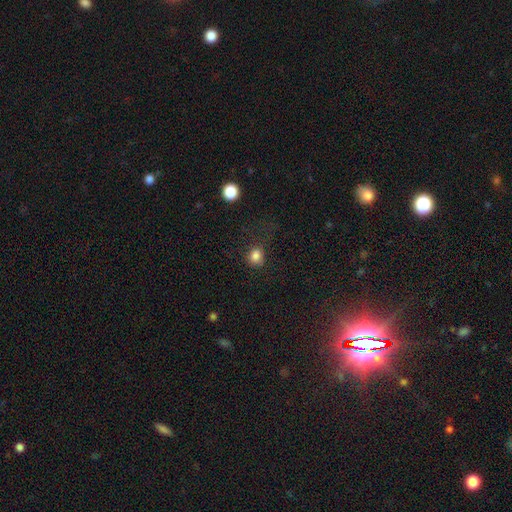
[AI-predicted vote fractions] smooth_or_featured: smooth (p=0.82) [alt: star or artifact p=0.13]
how_rounded: round (p=0.73) [alt: in between p=0.26]
merging: none (p=0.66) [alt: minor disturbance p=0.20]